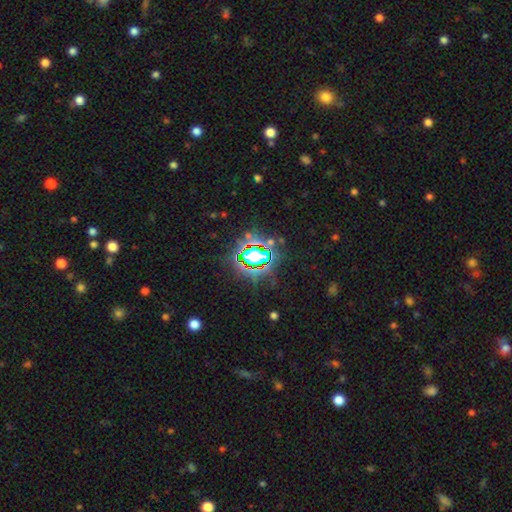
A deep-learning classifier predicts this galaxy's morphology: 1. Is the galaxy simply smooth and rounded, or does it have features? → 79% star or artifact, 13% smooth, 9% featured or disk.